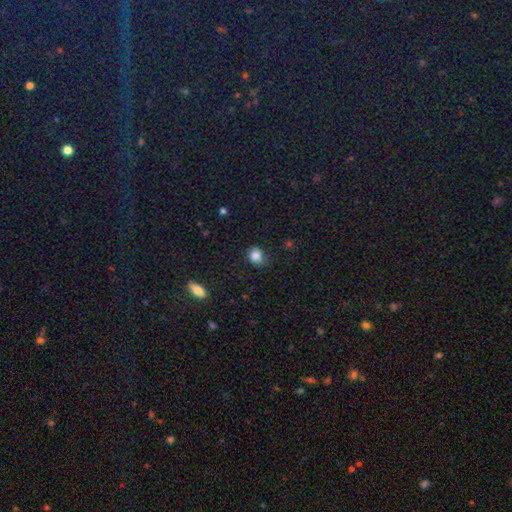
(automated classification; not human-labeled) This appears to be a smooth galaxy with no disk features (84%) that is round (70%). Merging: none (73%).